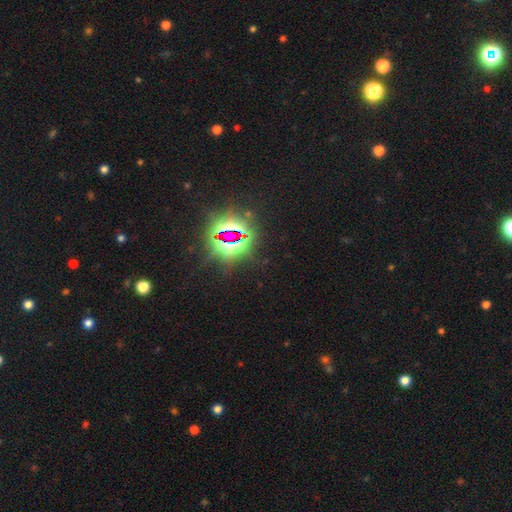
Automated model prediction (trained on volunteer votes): Smooth or featured? star or artifact (83%)